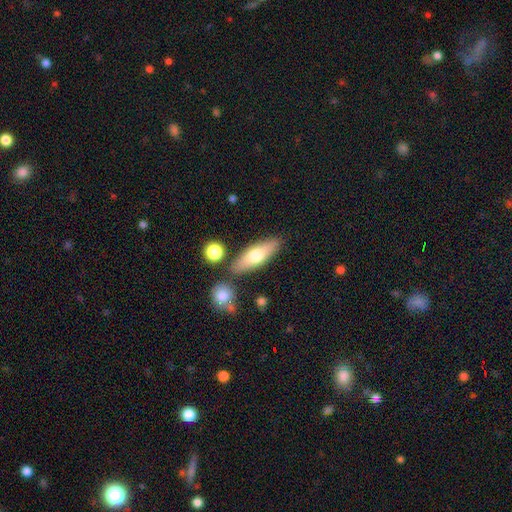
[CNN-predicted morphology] type=smooth (63%); roundness=in between (53%); merging=none (80%).